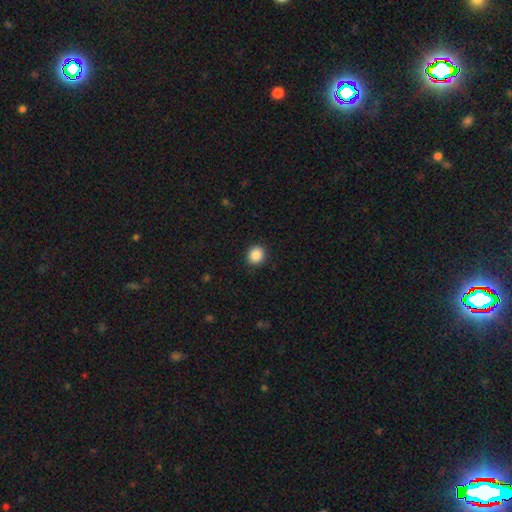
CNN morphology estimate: type=smooth (88%); roundness=round (82%); merging=none (90%).